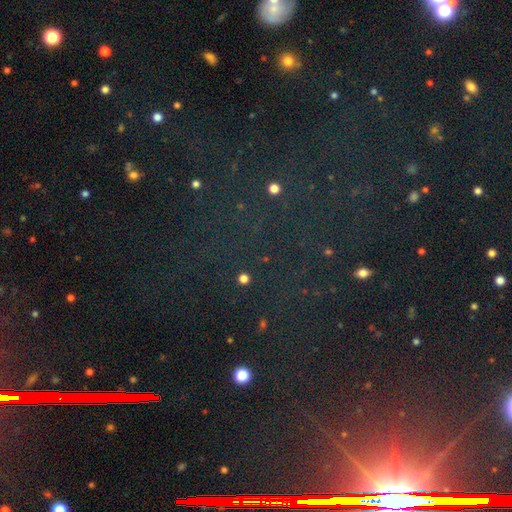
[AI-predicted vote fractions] Q: Smooth or featured?
A: star or artifact (80%); runner-up: smooth (11%)